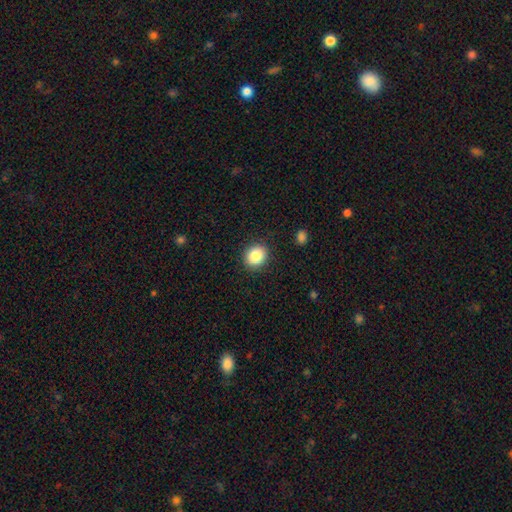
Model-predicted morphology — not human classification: The model was most divided on "how rounded": round: 72%, in between: 27%, cigar-shaped: 1%. More confident: merging — none (88%); smooth or featured — smooth (84%).